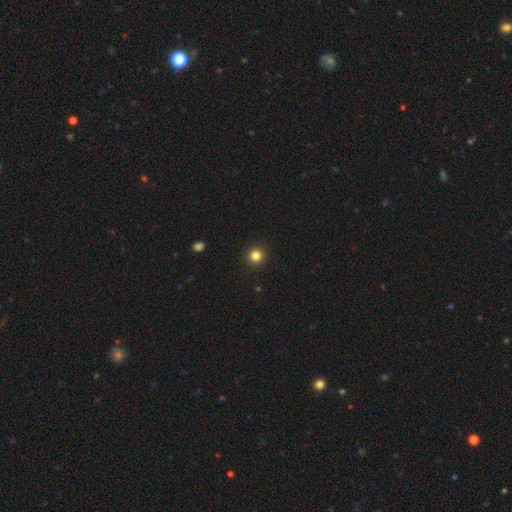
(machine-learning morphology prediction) A smooth galaxy with no disk features (83%) that is round (94%).

Vote fractions:
- Smooth or featured? smooth: 83% / star or artifact: 13% / featured or disk: 4%
- How rounded? round: 94% / in between: 5% / cigar-shaped: 1%
- Merging? none: 94% / minor disturbance: 4% / major disturbance: 1% / merger: 1%